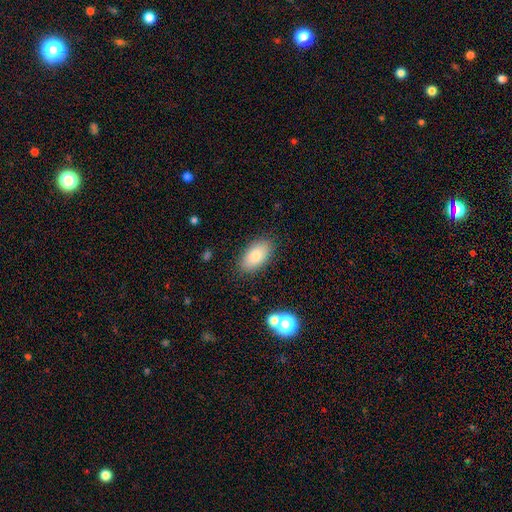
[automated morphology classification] Overall: smooth (83%). How rounded: in between (93%). Merging: none (85%).